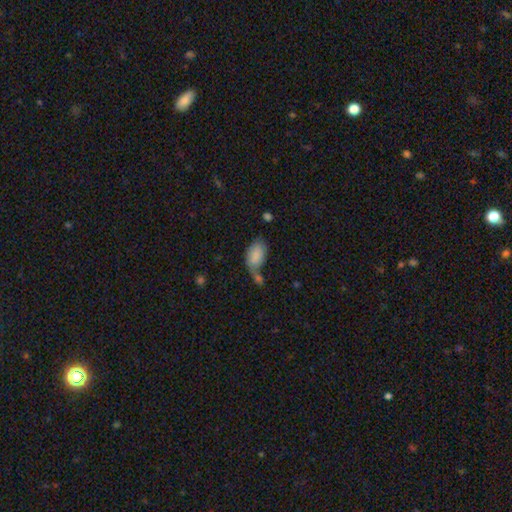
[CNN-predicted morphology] A smooth galaxy with no disk features (82%) that is in between round and cigar-shaped (93%). Merging: none (33%).